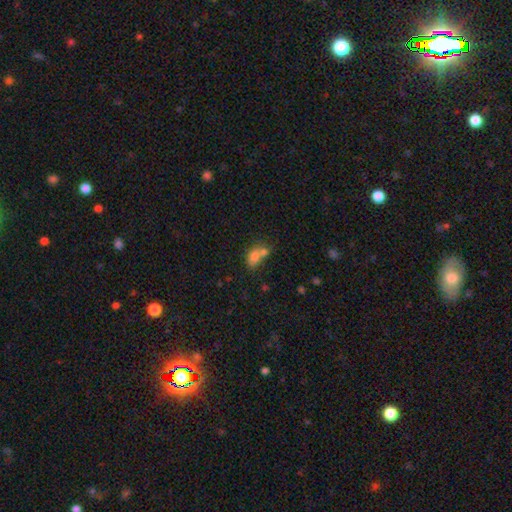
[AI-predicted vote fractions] This is likely a smooth galaxy (75%). How rounded: likely in between (77%). Merging: possibly merger (53%).